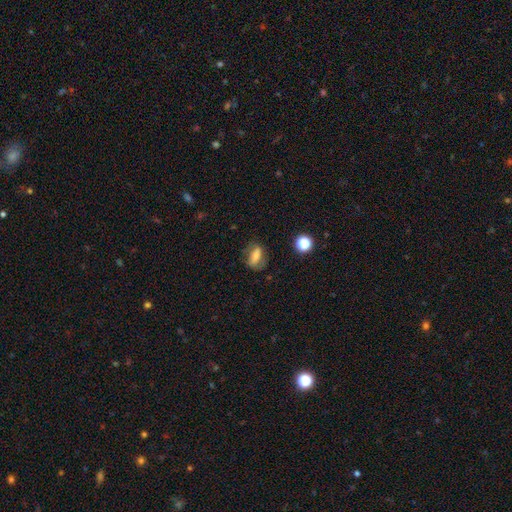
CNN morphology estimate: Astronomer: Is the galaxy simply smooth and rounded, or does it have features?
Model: smooth — 60%.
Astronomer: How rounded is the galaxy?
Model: in between — 73%.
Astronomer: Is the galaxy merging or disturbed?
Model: none — 67%.